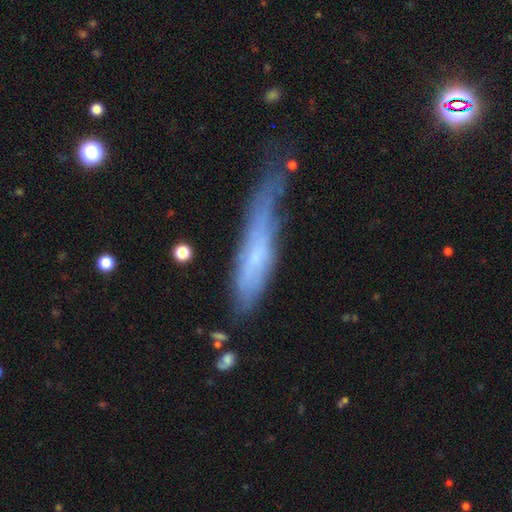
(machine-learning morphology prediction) Smooth or featured?
  - smooth: 49% *
  - featured or disk: 43%
  - star or artifact: 8%
Merging?
  - none: 38% *
  - minor disturbance: 36%
  - major disturbance: 22%
  - merger: 5%